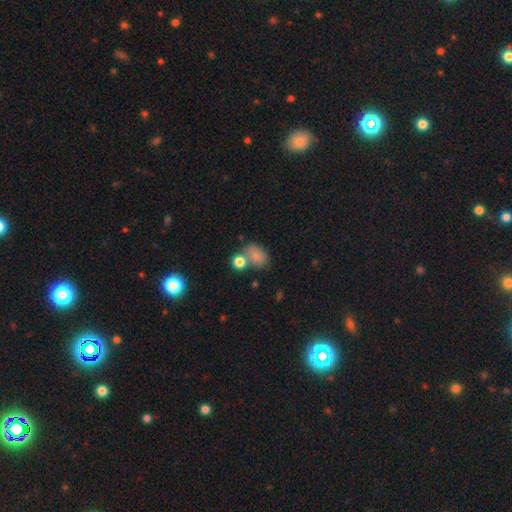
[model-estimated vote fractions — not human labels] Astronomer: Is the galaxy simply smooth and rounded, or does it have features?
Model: smooth — 78%.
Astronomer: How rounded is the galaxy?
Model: in between — 71%.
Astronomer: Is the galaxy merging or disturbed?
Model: none — 45% (runner-up: merger, 31%).